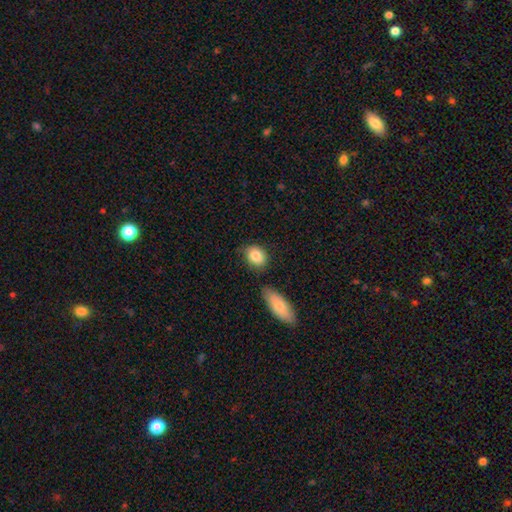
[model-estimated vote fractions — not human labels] A smooth galaxy with no disk features (85%) that is in between round and cigar-shaped (58%).

Vote fractions:
- Smooth or featured? smooth: 85% / featured or disk: 8% / star or artifact: 7%
- How rounded? in between: 58% / round: 40% / cigar-shaped: 2%
- Merging? none: 71% / minor disturbance: 17% / merger: 9% / major disturbance: 4%